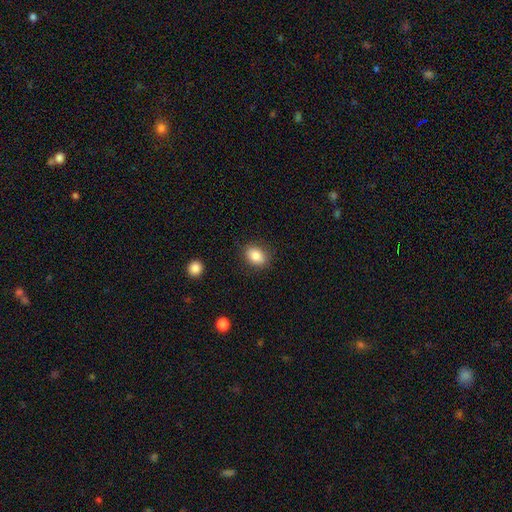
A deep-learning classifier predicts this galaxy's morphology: This is clearly a smooth galaxy (84%). How rounded: likely in between (68%). Merging: clearly none (85%).